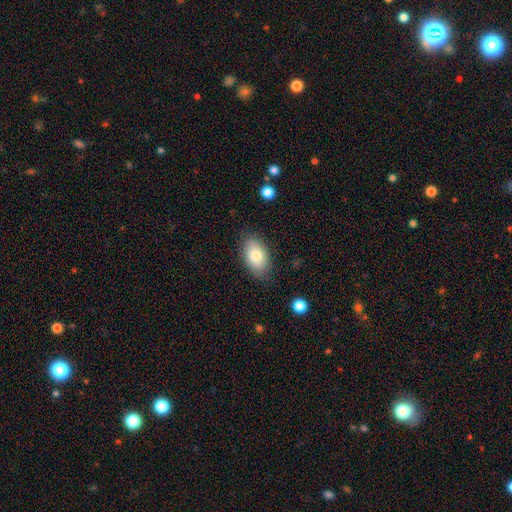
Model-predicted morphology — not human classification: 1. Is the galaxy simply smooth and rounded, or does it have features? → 79% smooth, 14% featured or disk, 7% star or artifact.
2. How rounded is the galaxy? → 93% in between, 6% round, 2% cigar-shaped.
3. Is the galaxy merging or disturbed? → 81% none, 14% minor disturbance, 3% major disturbance, 1% merger.